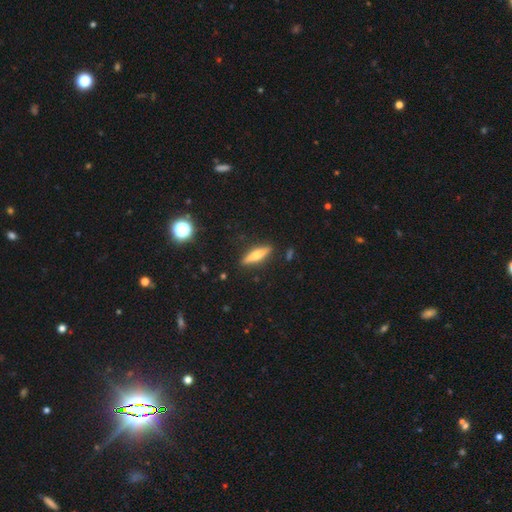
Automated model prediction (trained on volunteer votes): Overall: smooth (54%; featured or disk 39%). How rounded: cigar-shaped (72%). Merging: none (88%).